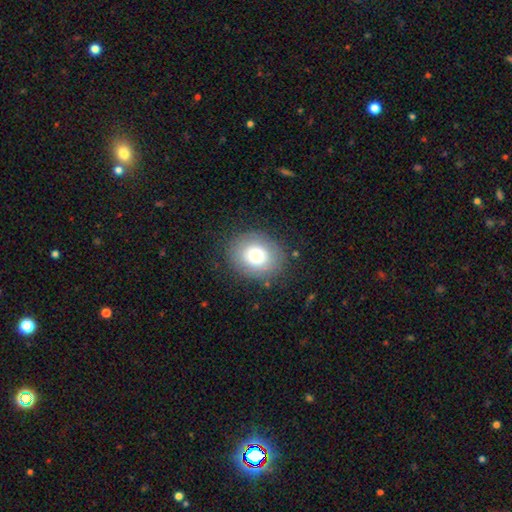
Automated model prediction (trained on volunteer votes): The model was most divided on "how rounded": round: 60%, in between: 39%, cigar-shaped: 1%. More confident: merging — none (82%); smooth or featured — smooth (74%).